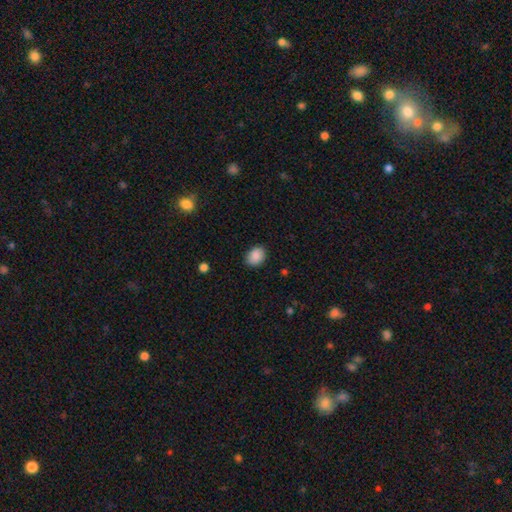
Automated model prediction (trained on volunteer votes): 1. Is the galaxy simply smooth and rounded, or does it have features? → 89% smooth, 8% star or artifact, 3% featured or disk.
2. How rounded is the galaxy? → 61% in between, 38% round, 1% cigar-shaped.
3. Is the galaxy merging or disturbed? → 87% none, 9% minor disturbance, 2% major disturbance, 1% merger.